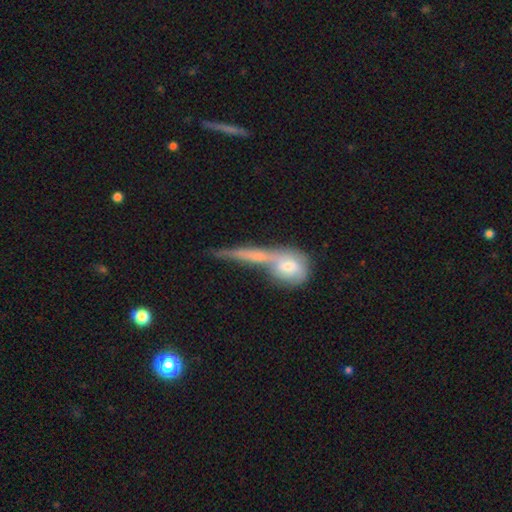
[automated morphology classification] A smooth galaxy with no disk features (47%). Merging: merger (49%).